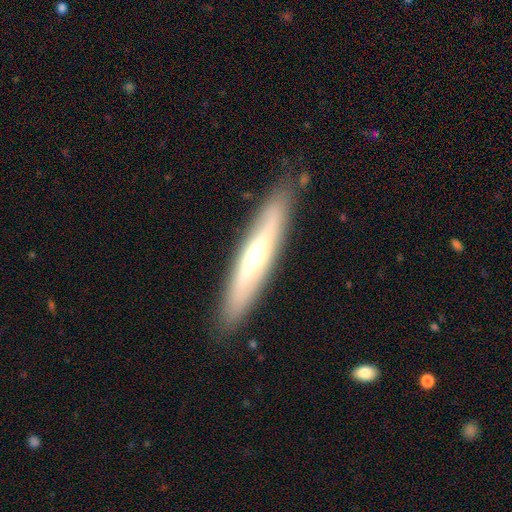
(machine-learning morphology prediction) This appears to be a featured or disk galaxy (60%) viewed edge-on (71%). Merging: none (86%).